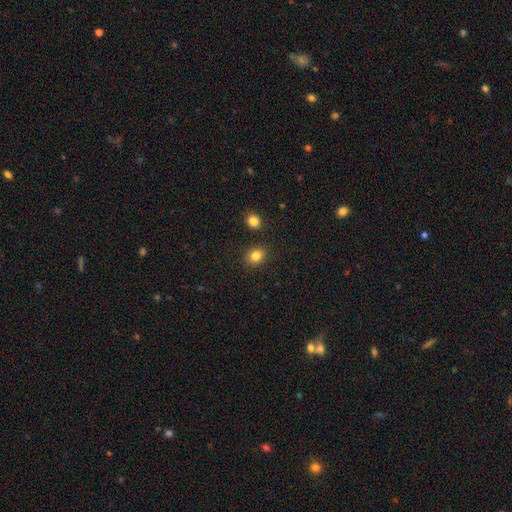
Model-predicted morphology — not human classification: This is clearly a smooth galaxy (84%). How rounded: likely round (64%). Merging: clearly none (86%).